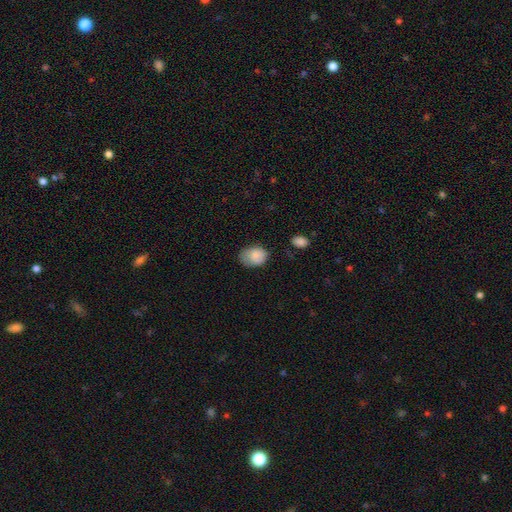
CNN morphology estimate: The model was most divided on "merging": none: 55%, minor disturbance: 32%, major disturbance: 10%, merger: 3%. More confident: smooth or featured — smooth (82%); how rounded — in between (63%).